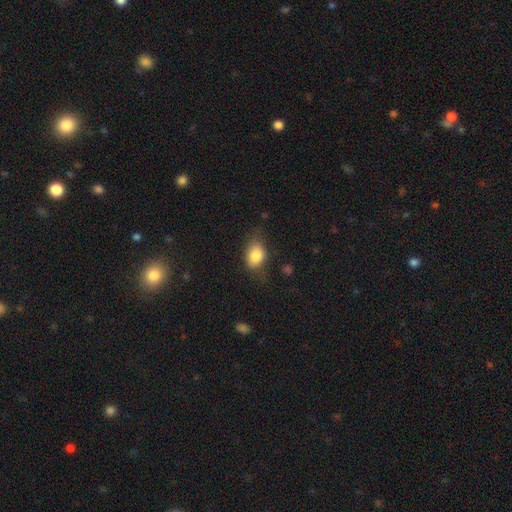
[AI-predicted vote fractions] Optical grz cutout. It shows a smooth galaxy with no disk features (82%) that is in between round and cigar-shaped (78%). Merging: none (59%).